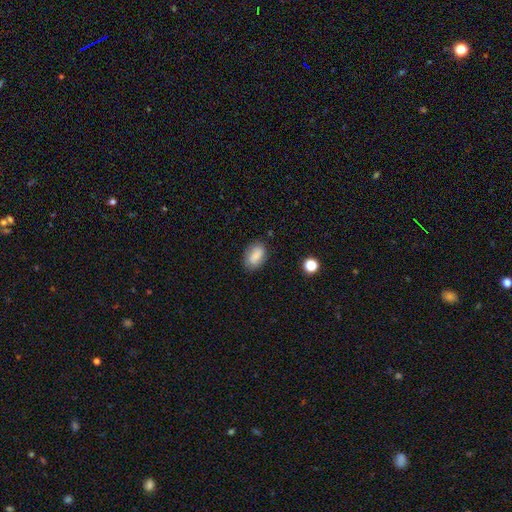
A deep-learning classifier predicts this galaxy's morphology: A smooth galaxy with no disk features (79%) that is in between round and cigar-shaped (87%).

Vote fractions:
- Smooth or featured? smooth: 79% / featured or disk: 13% / star or artifact: 8%
- How rounded? in between: 87% / round: 10% / cigar-shaped: 2%
- Merging? none: 77% / minor disturbance: 17% / major disturbance: 4% / merger: 3%